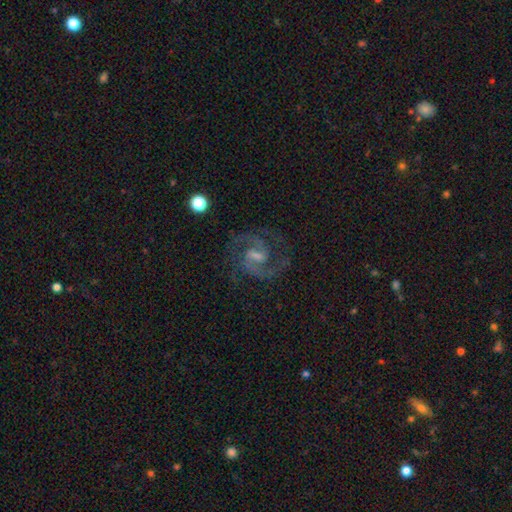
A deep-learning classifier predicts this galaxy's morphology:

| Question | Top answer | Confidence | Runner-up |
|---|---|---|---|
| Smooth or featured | featured or disk | 90% | star or artifact (6%) |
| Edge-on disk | no | 98% | yes (2%) |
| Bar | weak | 59% | strong (24%) |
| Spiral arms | yes | 98% | no (2%) |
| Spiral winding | medium | 66% | tight (21%) |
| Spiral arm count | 2 | 90% | 3 (4%) |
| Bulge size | small | 42% | moderate (29%) |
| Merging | none | 78% | minor disturbance (13%) |